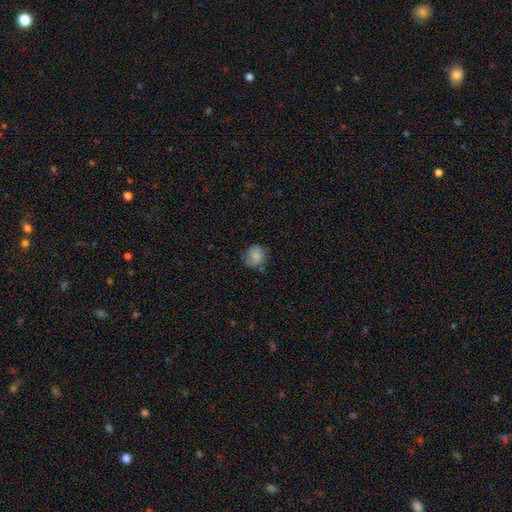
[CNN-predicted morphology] A smooth galaxy with no disk features (79%) that is round (77%).

Vote fractions:
- Smooth or featured? smooth: 79% / featured or disk: 12% / star or artifact: 9%
- How rounded? round: 77% / in between: 22% / cigar-shaped: 1%
- Merging? none: 66% / minor disturbance: 25% / major disturbance: 7% / merger: 2%